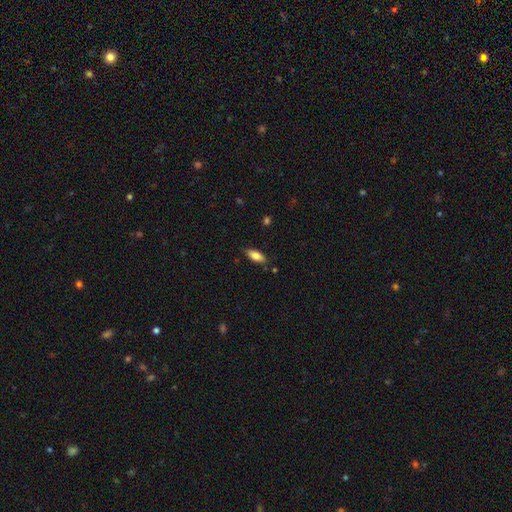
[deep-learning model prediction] Morphology: type=smooth (80%); roundness=in between (81%); merging=none (81%).